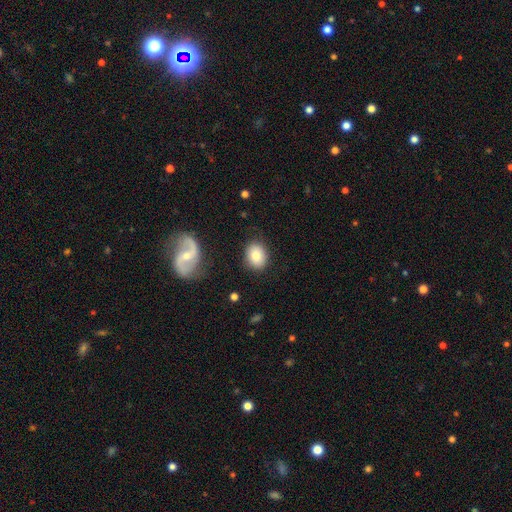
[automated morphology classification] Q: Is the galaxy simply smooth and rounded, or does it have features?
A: smooth — 76%.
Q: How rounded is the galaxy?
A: in between — 52%.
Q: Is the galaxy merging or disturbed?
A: none — 83%.